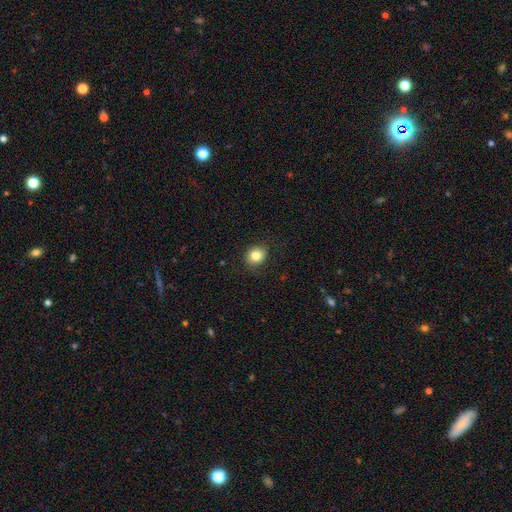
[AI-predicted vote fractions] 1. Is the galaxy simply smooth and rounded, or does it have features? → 83% smooth, 10% star or artifact, 7% featured or disk.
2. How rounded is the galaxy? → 73% round, 26% in between, 1% cigar-shaped.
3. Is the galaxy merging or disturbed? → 86% none, 11% minor disturbance, 3% major disturbance, 1% merger.